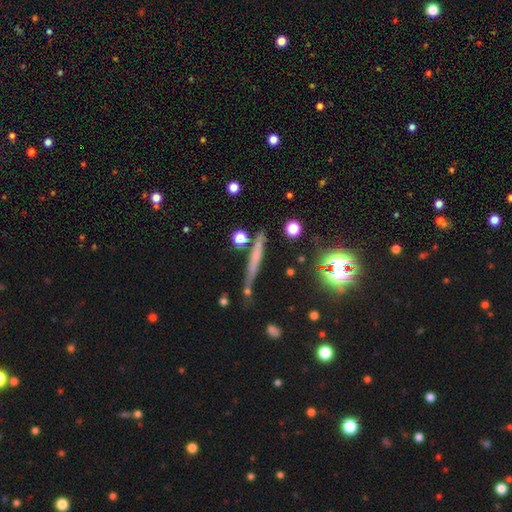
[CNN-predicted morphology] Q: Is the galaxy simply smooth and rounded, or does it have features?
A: smooth — 44%.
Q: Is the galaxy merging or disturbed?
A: none — 78%.